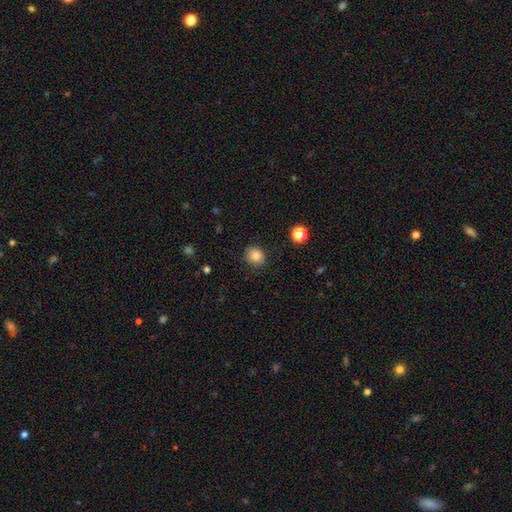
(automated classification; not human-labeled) This is clearly a smooth galaxy (84%). How rounded: likely round (70%). Merging: clearly none (82%).